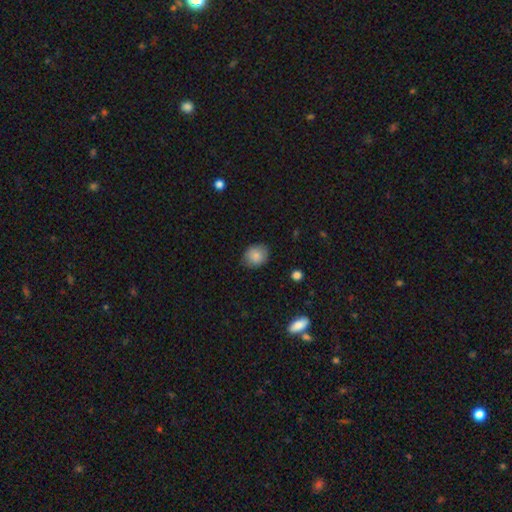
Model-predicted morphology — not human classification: smooth-or-featured: smooth: 85% | star or artifact: 8% | featured or disk: 7%
  how-rounded: round: 62% | in between: 37% | cigar-shaped: 1%
  merging: none: 83% | minor disturbance: 13% | major disturbance: 3% | merger: 1%